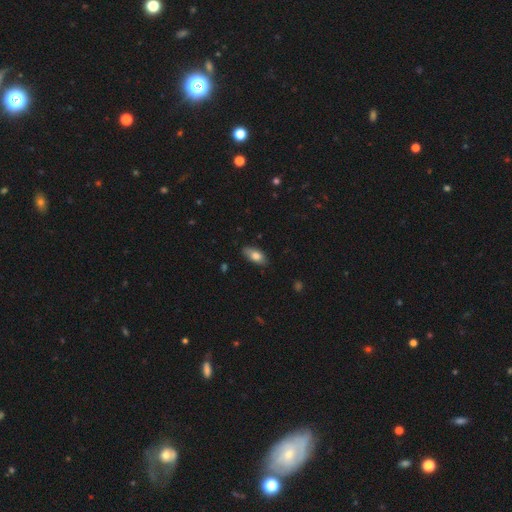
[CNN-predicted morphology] A smooth galaxy with no disk features (79%) that is in between round and cigar-shaped (89%). Merging: none (81%).